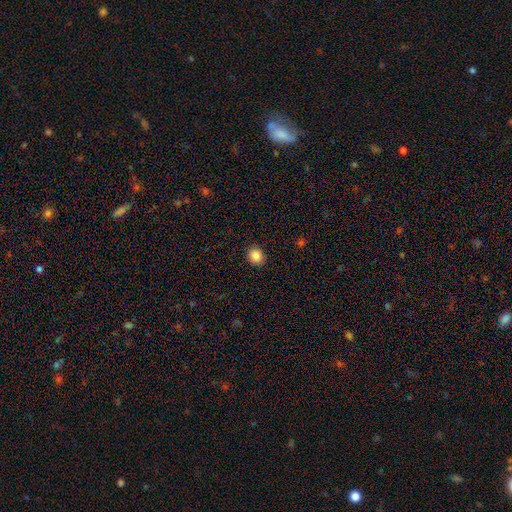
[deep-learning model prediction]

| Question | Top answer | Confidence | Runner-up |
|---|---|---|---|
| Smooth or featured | smooth | 86% | star or artifact (10%) |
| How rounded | round | 75% | in between (25%) |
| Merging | none | 90% | minor disturbance (7%) |